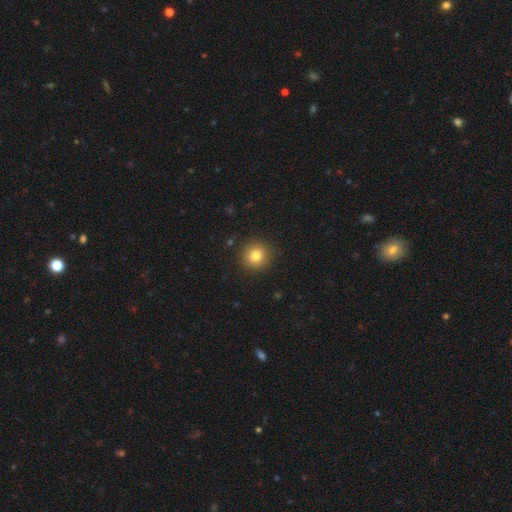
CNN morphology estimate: Smooth or featured? Predicted: smooth (p=0.82). How rounded? Predicted: round (p=0.94). Merging? Predicted: none (p=0.91).